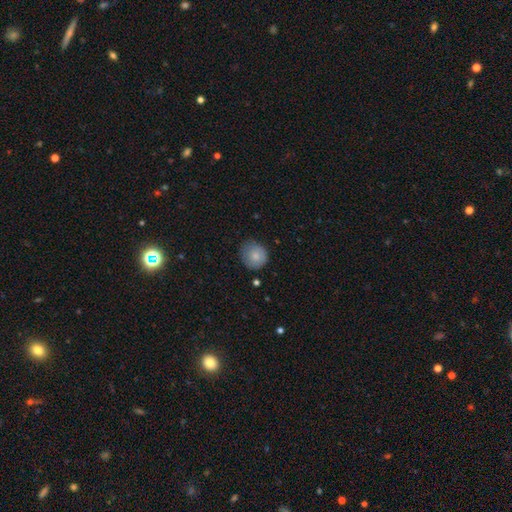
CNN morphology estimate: Smooth or featured?
  - smooth: 81% *
  - featured or disk: 12%
  - star or artifact: 7%
How rounded?
  - round: 87% *
  - in between: 12%
  - cigar-shaped: 1%
Merging?
  - none: 73% *
  - minor disturbance: 22%
  - major disturbance: 4%
  - merger: 1%